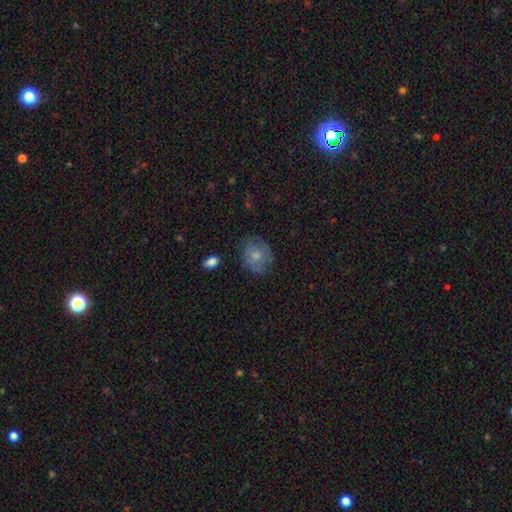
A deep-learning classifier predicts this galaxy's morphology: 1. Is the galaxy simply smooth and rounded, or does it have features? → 63% smooth, 29% featured or disk, 8% star or artifact.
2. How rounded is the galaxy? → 61% round, 38% in between, 1% cigar-shaped.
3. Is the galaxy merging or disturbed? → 66% none, 23% minor disturbance, 8% major disturbance, 2% merger.